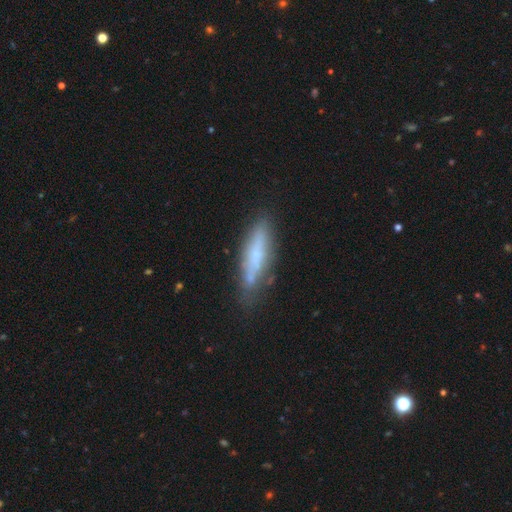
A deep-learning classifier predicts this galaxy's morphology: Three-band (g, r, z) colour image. It shows a smooth galaxy with no disk features (50%) that is cigar-shaped (76%). Merging: none (69%).